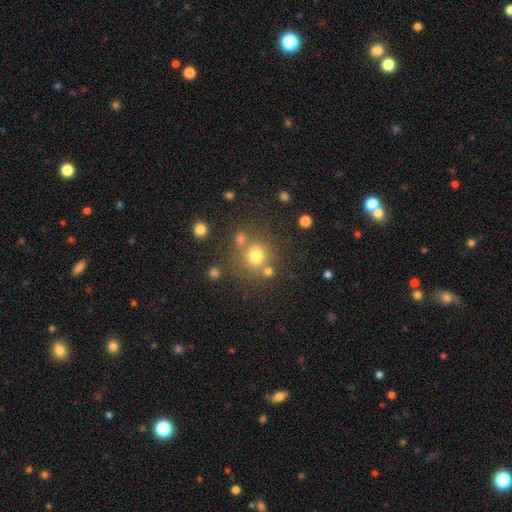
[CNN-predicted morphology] Smooth or featured: smooth — 74% (star or artifact — 17%)
How rounded: round — 90% (in between — 9%)
Merging: none — 70% (merger — 15%)